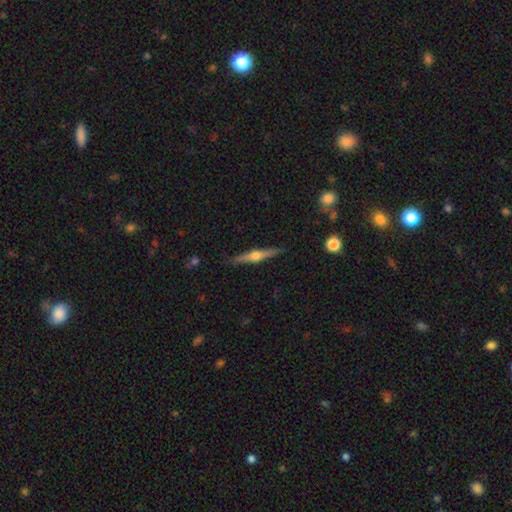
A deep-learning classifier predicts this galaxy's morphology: The model was most divided on "smooth or featured": featured or disk: 72%, smooth: 22%, star or artifact: 6%. More confident: edge-on disk — yes (98%); edge-on bulge — rounded (94%); merging — none (89%).